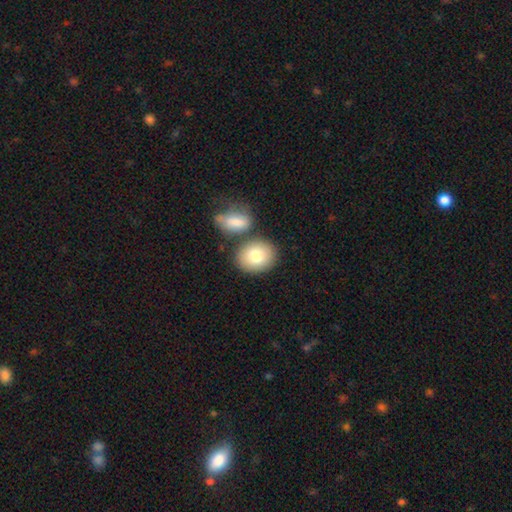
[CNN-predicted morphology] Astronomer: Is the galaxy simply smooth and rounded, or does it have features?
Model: smooth — 79%.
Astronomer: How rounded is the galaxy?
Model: round — 53% (runner-up: in between, 45%).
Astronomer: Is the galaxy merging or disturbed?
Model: none — 68%.